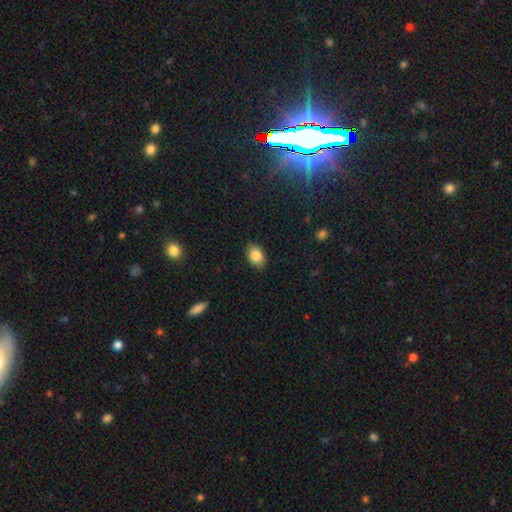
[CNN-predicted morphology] smooth_or_featured: smooth (p=0.84) [alt: star or artifact p=0.08]
how_rounded: in between (p=0.80) [alt: round p=0.18]
merging: none (p=0.83) [alt: minor disturbance p=0.14]